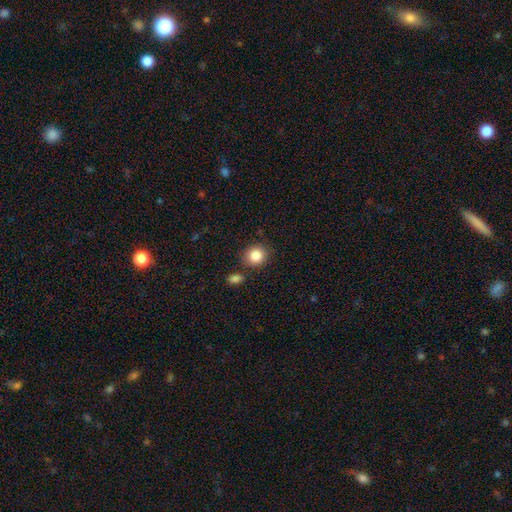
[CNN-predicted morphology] Overall: smooth (86%). How rounded: round (83%). Merging: none (83%).